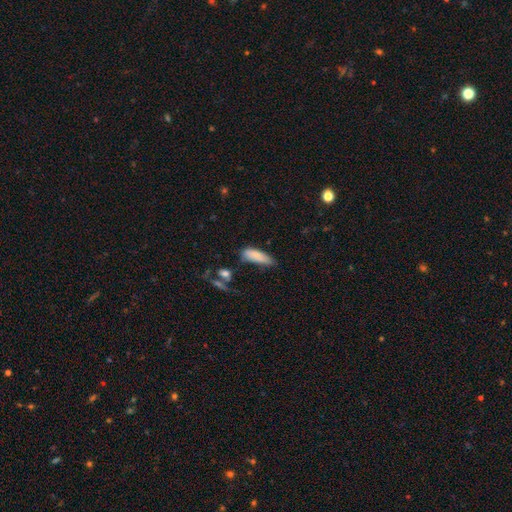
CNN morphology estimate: Overall: smooth (83%). How rounded: in between (56%; cigar-shaped 42%). Merging: none (49%; minor disturbance 34%).